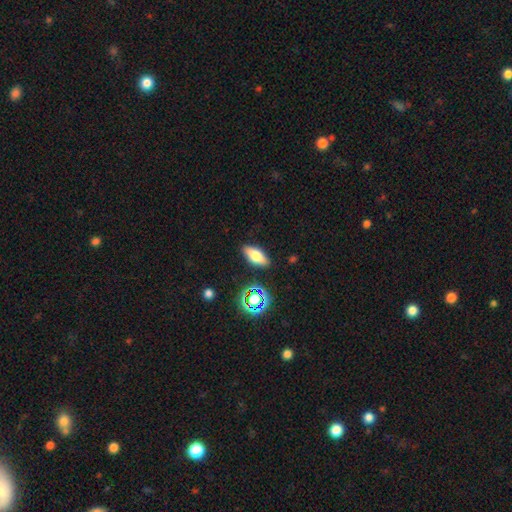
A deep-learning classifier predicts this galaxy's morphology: This appears to be a smooth galaxy with no disk features (63%) that is in between round and cigar-shaped (74%). Merging: none (87%).